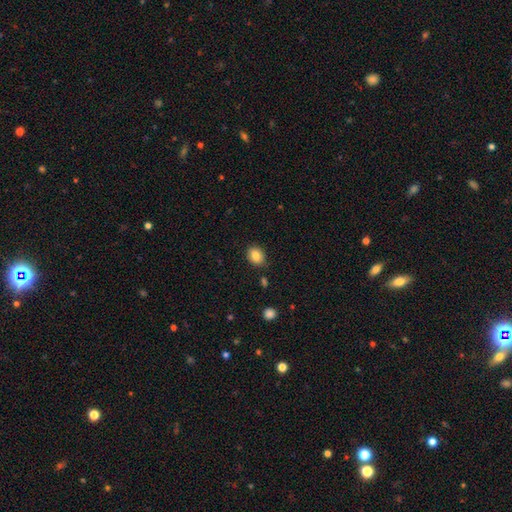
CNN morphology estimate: Smooth or featured: smooth — 84% (star or artifact — 9%)
How rounded: in between — 57% (round — 42%)
Merging: none — 85% (minor disturbance — 10%)